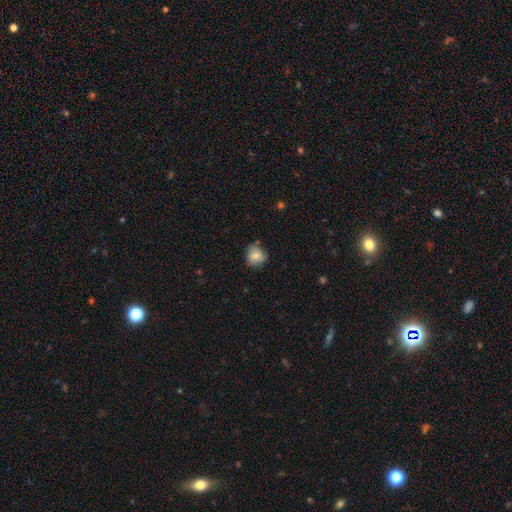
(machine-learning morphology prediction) type=smooth (73%); roundness=round (74%); merging=none (63%).